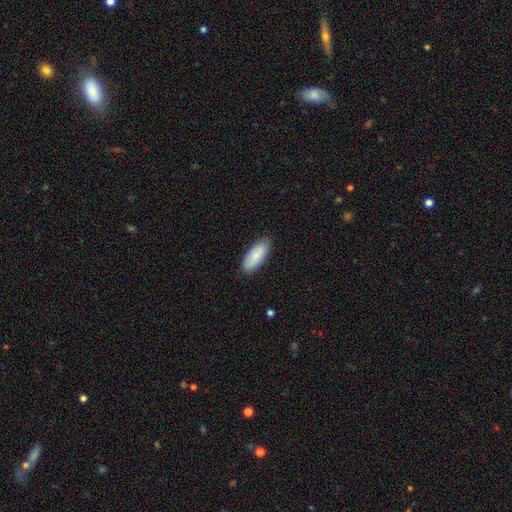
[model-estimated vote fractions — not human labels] Morphology: type=smooth (86%); roundness=in between (80%); merging=none (86%).